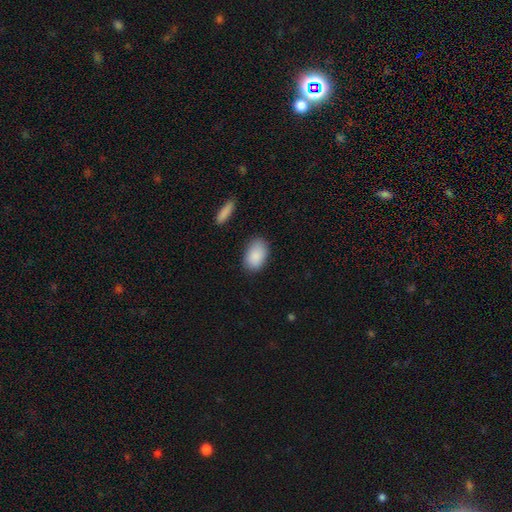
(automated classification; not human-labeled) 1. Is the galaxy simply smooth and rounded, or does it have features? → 89% smooth, 6% star or artifact, 5% featured or disk.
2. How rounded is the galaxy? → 92% in between, 7% round, 2% cigar-shaped.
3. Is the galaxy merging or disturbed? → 81% none, 13% minor disturbance, 3% major disturbance, 2% merger.